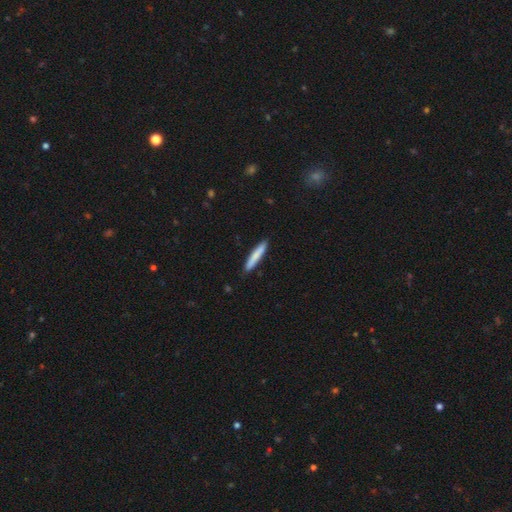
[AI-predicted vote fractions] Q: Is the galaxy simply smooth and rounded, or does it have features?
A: smooth — 80%.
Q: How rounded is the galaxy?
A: cigar-shaped — 94%.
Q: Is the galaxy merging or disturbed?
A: none — 90%.